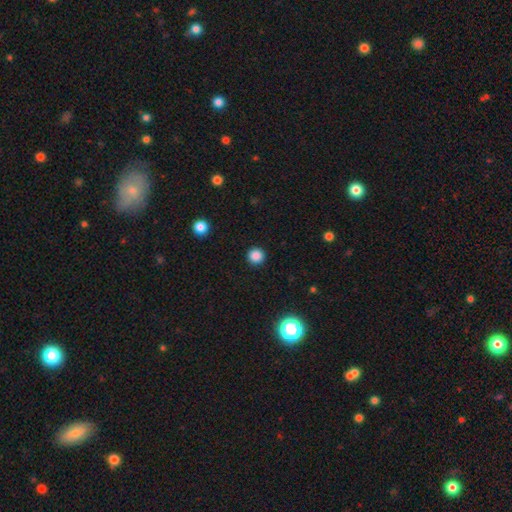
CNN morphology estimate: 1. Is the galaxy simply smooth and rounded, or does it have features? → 85% smooth, 12% star or artifact, 3% featured or disk.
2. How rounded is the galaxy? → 95% round, 4% in between, 1% cigar-shaped.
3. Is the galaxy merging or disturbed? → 93% none, 5% minor disturbance, 2% major disturbance, 1% merger.